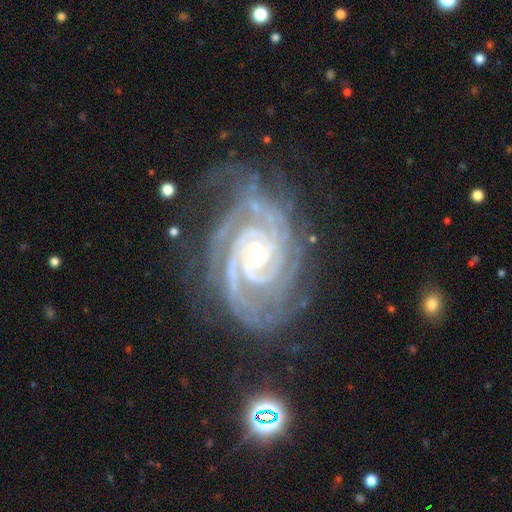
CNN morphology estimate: Smooth or featured: featured or disk — 93% (star or artifact — 5%)
Edge-on disk: no — 97% (yes — 3%)
Bar: no — 58% (weak — 28%)
Spiral arms: yes — 99% (no — 1%)
Spiral winding: tight — 80% (medium — 18%)
Spiral arm count: 2 — 35% (3 — 26%)
Bulge size: small — 63% (moderate — 33%)
Merging: none — 66% (minor disturbance — 22%)